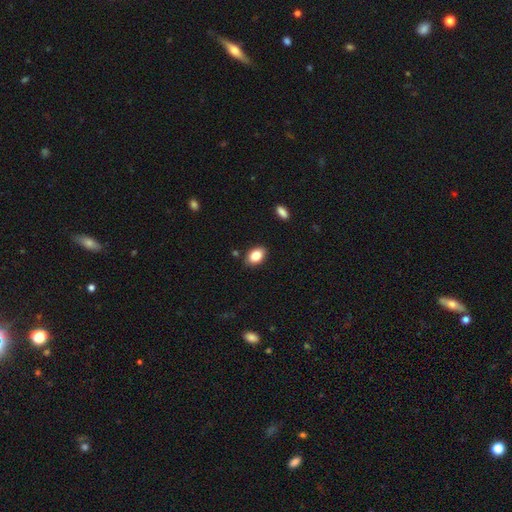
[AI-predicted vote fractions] This is clearly a smooth galaxy (85%). How rounded: clearly in between (85%). Merging: clearly none (86%).